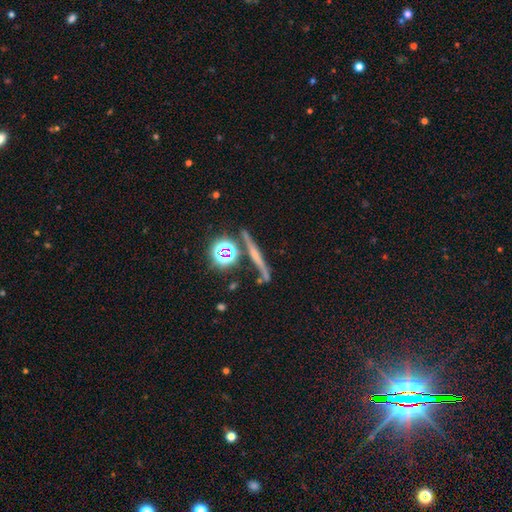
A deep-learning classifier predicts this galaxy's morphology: Smooth or featured: featured or disk — 48% (smooth — 28%)
Merging: none — 76% (minor disturbance — 12%)